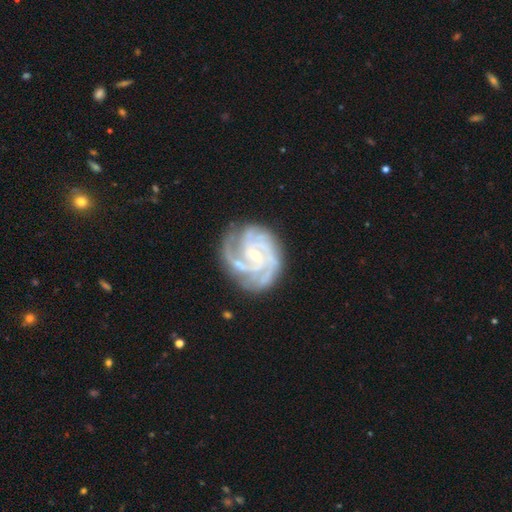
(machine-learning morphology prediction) smooth-or-featured: featured or disk: 91% | star or artifact: 5% | smooth: 4%
  disk-edge-on: no: 98% | yes: 2%
    bar: no: 61% | weak: 30% | strong: 10%
    has-spiral-arms: yes: 98% | no: 2%
      spiral-winding: tight: 65% | medium: 32% | loose: 4%
      spiral-arm-count: 3: 44% | 4: 24% | 2: 11% | can't tell: 9% | more than 4: 6% | 1: 5%
    bulge-size: small: 68% | moderate: 29% | none: 1% | large: 1% | dominant: 1%
  merging: none: 74% | minor disturbance: 18% | major disturbance: 6% | merger: 2%